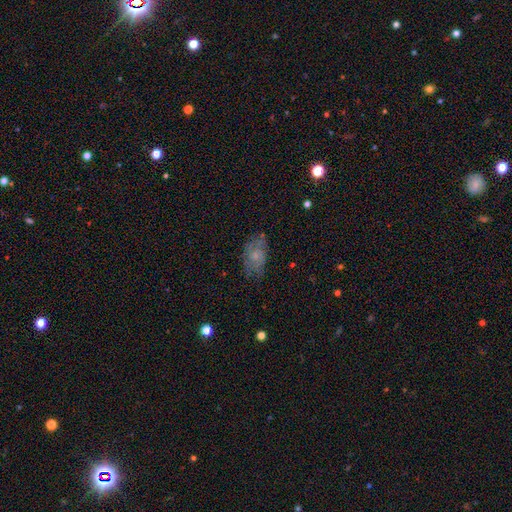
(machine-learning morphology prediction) Smooth or featured? Predicted: smooth (p=0.50). How rounded? Predicted: in between (p=0.87). Merging? Predicted: none (p=0.63).